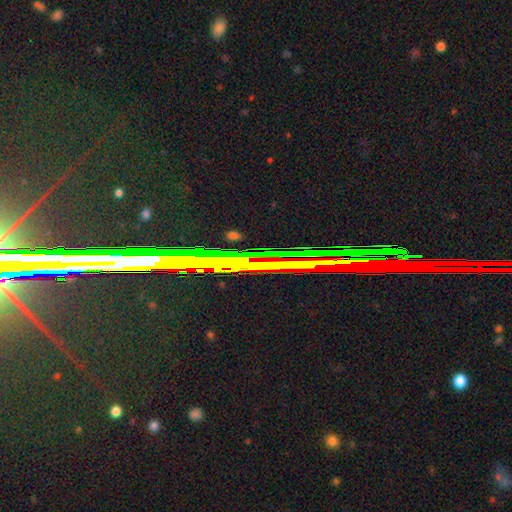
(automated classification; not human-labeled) Smooth or featured? Predicted: star or artifact (p=0.72).